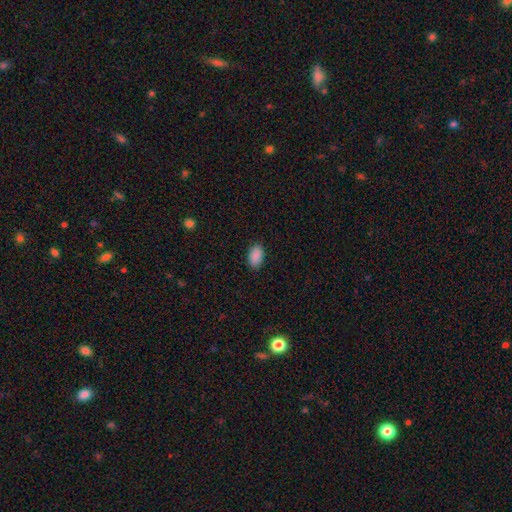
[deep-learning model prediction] Q: Smooth or featured?
A: smooth (90%); runner-up: star or artifact (8%)
Q: How rounded?
A: in between (93%); runner-up: round (5%)
Q: Merging?
A: none (88%); runner-up: minor disturbance (9%)